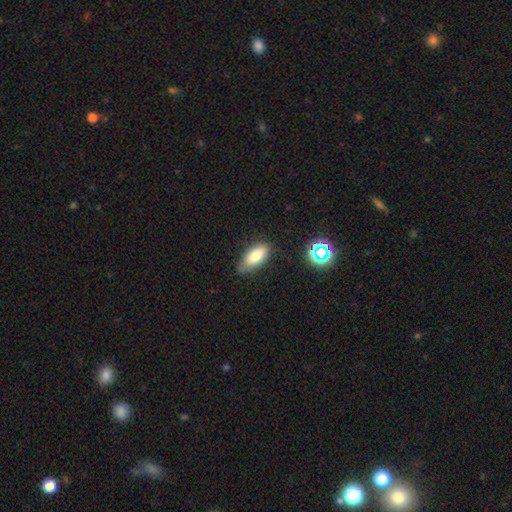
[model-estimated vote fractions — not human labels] Q: Smooth or featured?
A: smooth (78%); runner-up: featured or disk (13%)
Q: How rounded?
A: in between (85%); runner-up: cigar-shaped (13%)
Q: Merging?
A: none (77%); runner-up: minor disturbance (18%)